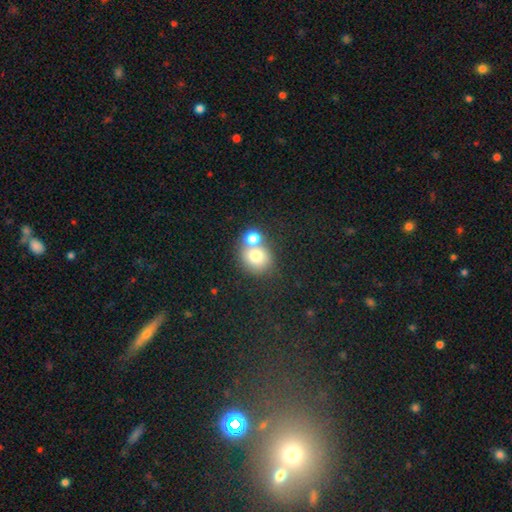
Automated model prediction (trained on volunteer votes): A smooth galaxy with no disk features (75%) that is round (76%).

Vote fractions:
- Smooth or featured? smooth: 75% / featured or disk: 13% / star or artifact: 11%
- How rounded? round: 76% / in between: 23% / cigar-shaped: 1%
- Merging? merger: 48% / none: 40% / minor disturbance: 8% / major disturbance: 4%